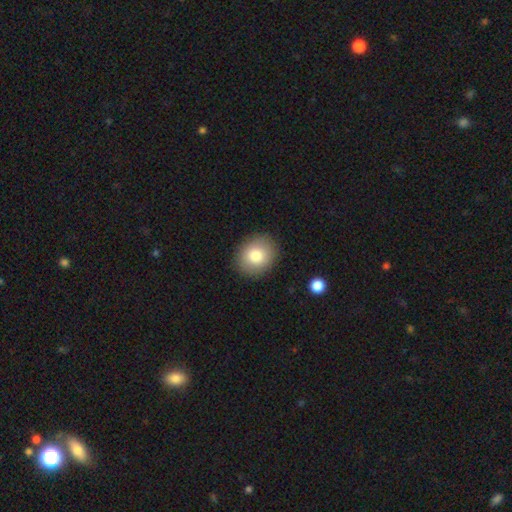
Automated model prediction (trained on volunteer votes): Smooth or featured? smooth (82%)
How rounded? round (68%)
Merging? none (89%)